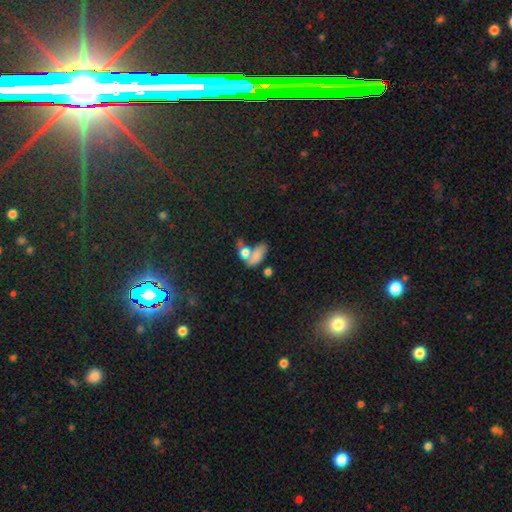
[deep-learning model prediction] A smooth galaxy with no disk features (71%) that is in between round and cigar-shaped (80%). Merging: merger (46%).